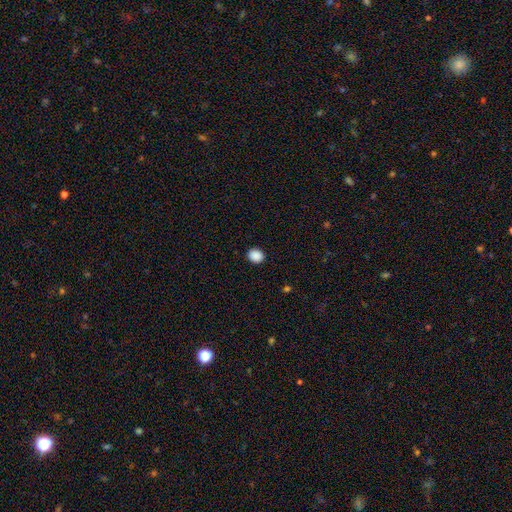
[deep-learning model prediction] Smooth or featured? smooth (89%)
How rounded? round (68%)
Merging? none (91%)